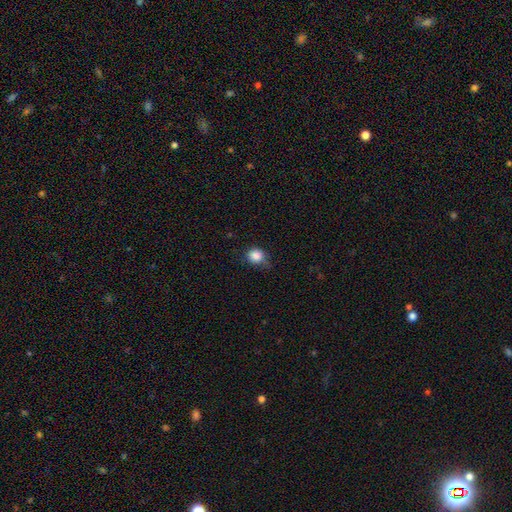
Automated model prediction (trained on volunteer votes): Morphology: type=smooth (86%); roundness=round (80%); merging=none (59%).